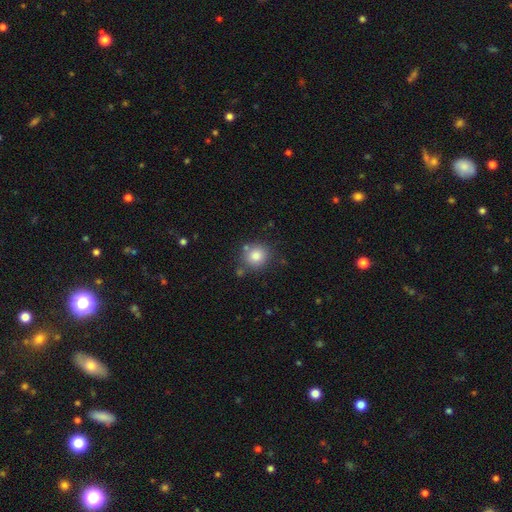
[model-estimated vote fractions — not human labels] This appears to be a smooth galaxy with no disk features (83%) that is round (88%). Merging: none (78%).